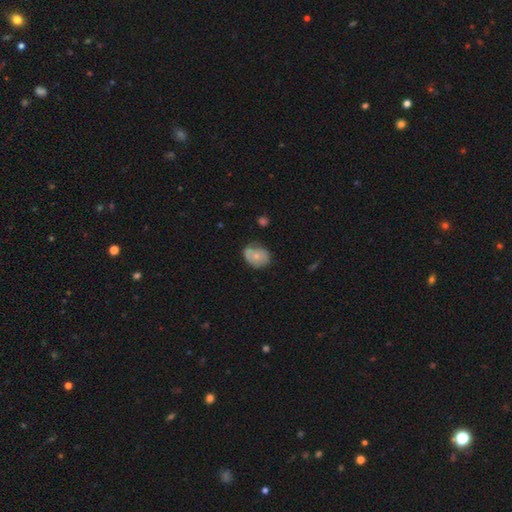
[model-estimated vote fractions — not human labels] smooth-or-featured: smooth: 56% | featured or disk: 37% | star or artifact: 7%
  how-rounded: in between: 52% | round: 47% | cigar-shaped: 1%
  merging: none: 53% | minor disturbance: 35% | major disturbance: 10% | merger: 2%